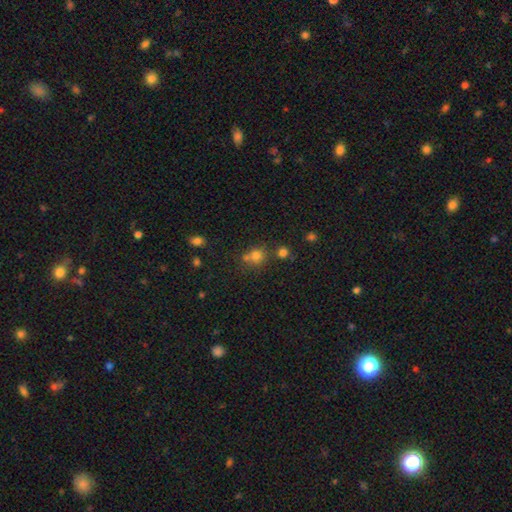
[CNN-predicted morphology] Smooth or featured? smooth (70%)
How rounded? round (80%)
Merging? none (55%)